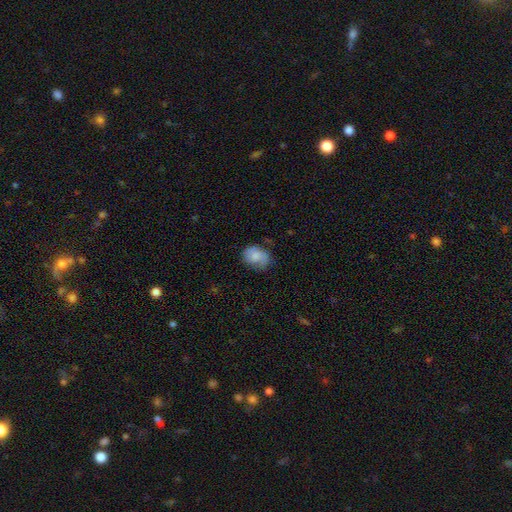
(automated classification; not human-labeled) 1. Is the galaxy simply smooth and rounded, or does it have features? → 70% smooth, 23% featured or disk, 8% star or artifact.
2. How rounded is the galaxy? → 56% in between, 43% round, 1% cigar-shaped.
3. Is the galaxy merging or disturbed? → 62% none, 28% minor disturbance, 8% major disturbance, 2% merger.